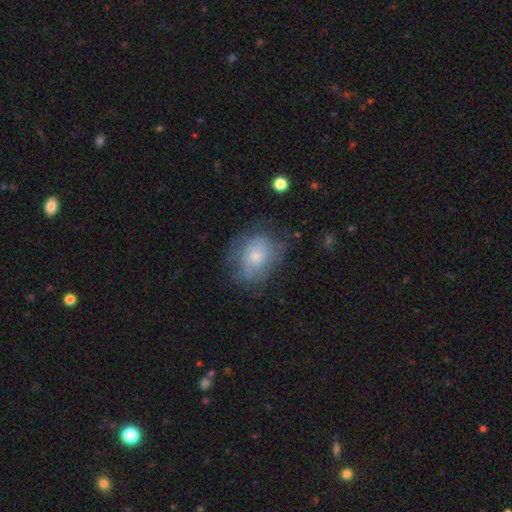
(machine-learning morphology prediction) Smooth or featured: smooth — 57% (featured or disk — 34%)
How rounded: in between — 50% (round — 49%)
Merging: none — 60% (minor disturbance — 26%)